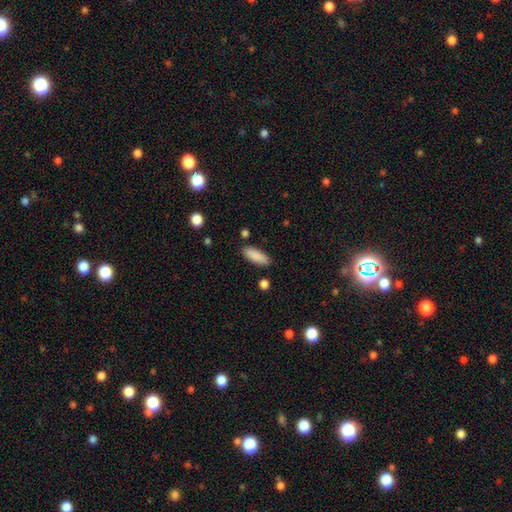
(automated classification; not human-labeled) A smooth galaxy with no disk features (88%) that is in between round and cigar-shaped (67%). Merging: none (84%).